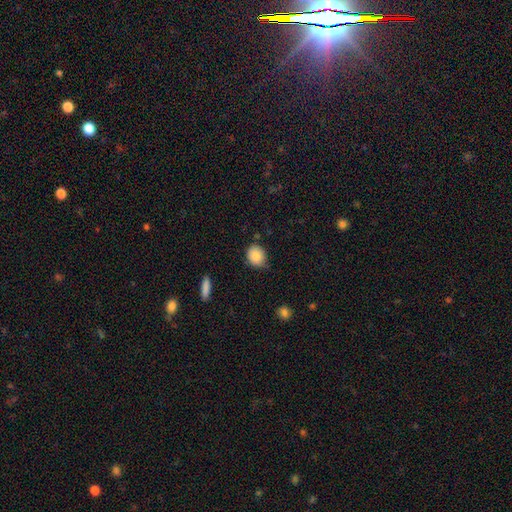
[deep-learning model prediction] This appears to be a smooth galaxy with no disk features (86%) that is round (63%). Merging: none (68%).